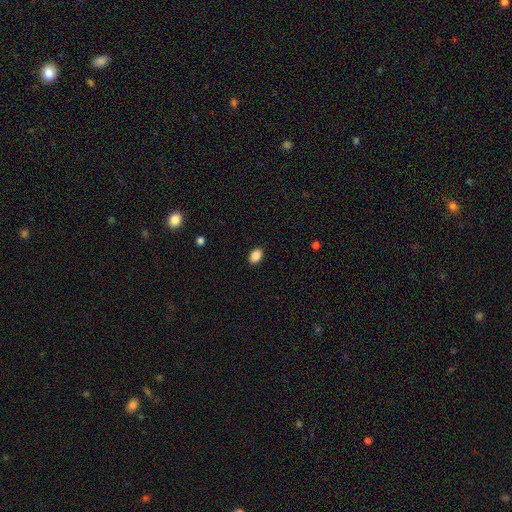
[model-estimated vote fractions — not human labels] A smooth galaxy with no disk features (87%) that is in between round and cigar-shaped (84%). Merging: none (89%).